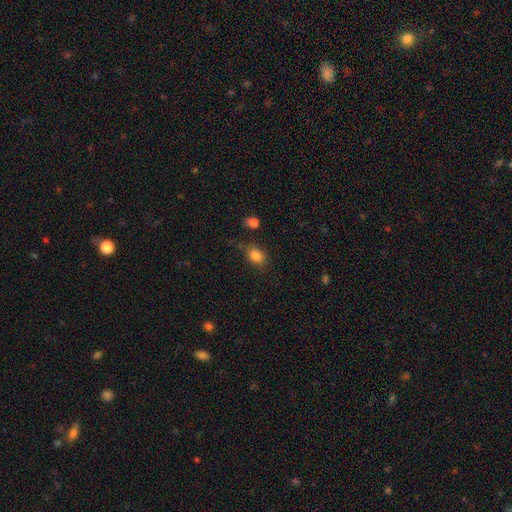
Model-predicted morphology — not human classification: A smooth galaxy with no disk features (83%) that is in between round and cigar-shaped (68%). Merging: none (68%).